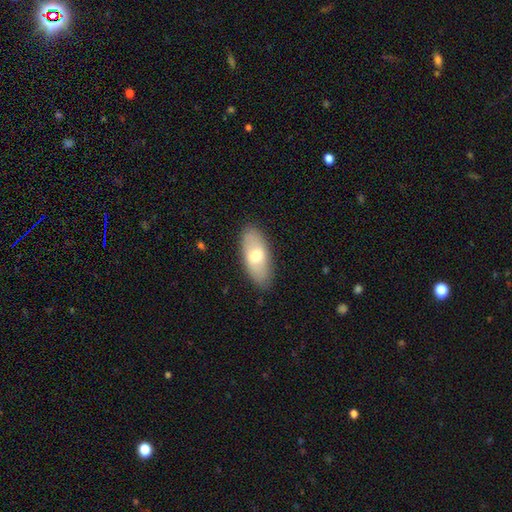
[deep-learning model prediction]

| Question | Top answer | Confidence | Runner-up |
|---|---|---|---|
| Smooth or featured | smooth | 65% | featured or disk (29%) |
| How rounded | in between | 85% | cigar-shaped (12%) |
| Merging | none | 86% | minor disturbance (11%) |